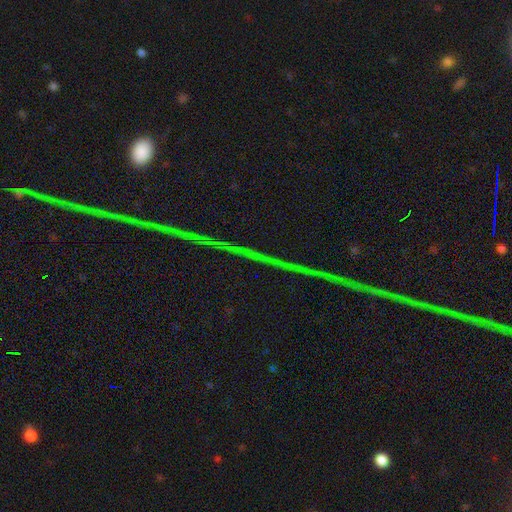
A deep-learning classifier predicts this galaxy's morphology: Smooth or featured: star or artifact — 88% (featured or disk — 7%)